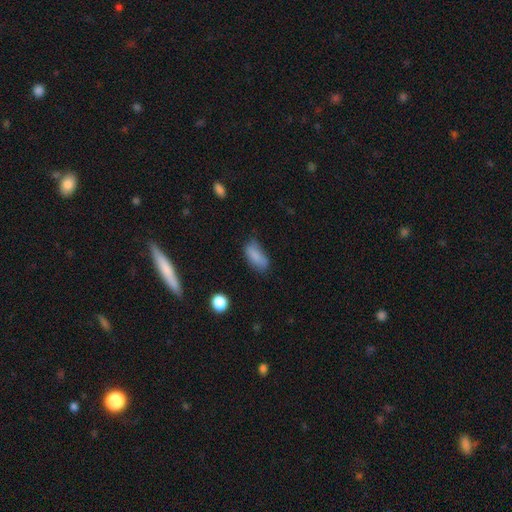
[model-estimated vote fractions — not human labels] This is clearly a smooth galaxy (82%). How rounded: clearly in between (88%). Merging: possibly none (57%).